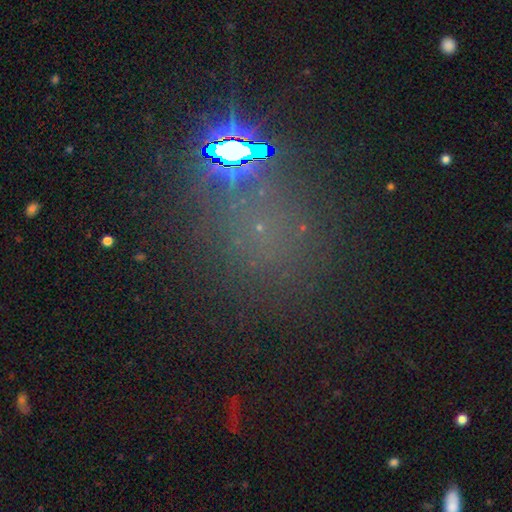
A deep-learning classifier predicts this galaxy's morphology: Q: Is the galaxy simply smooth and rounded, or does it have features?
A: star or artifact — 61%.